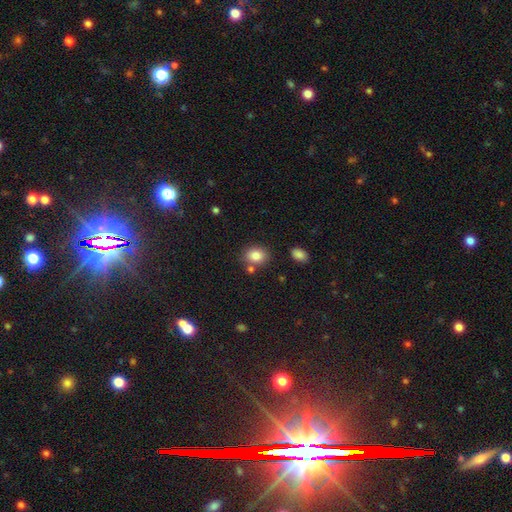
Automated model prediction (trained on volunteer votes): A smooth galaxy with no disk features (83%) that is round (53%). Merging: none (74%).